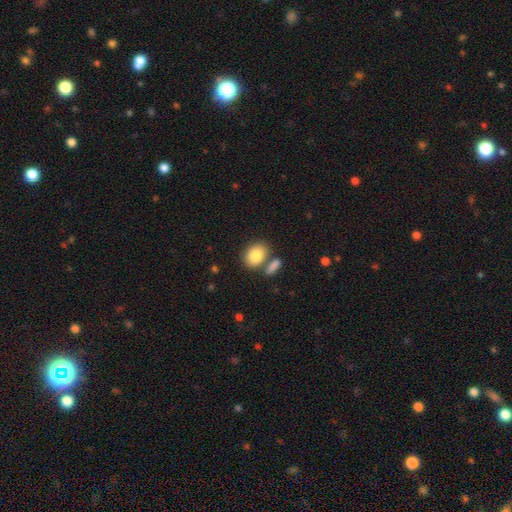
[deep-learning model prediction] Smooth or featured? smooth (85%)
How rounded? in between (66%)
Merging? none (60%)